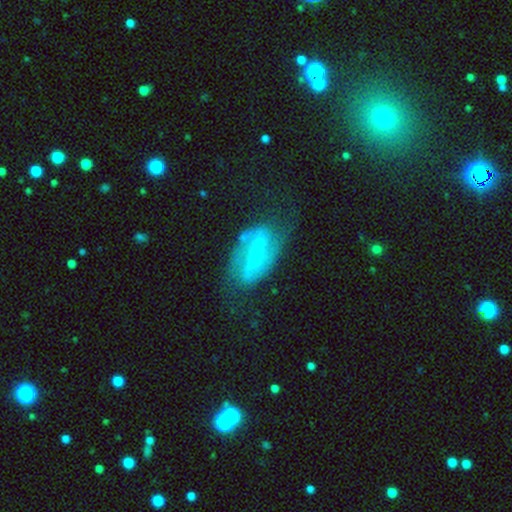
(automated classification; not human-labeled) Smooth or featured? featured or disk (75%)
Edge-on disk? no (92%)
Bar? strong (51%)
Spiral arms? yes (80%)
Spiral winding? medium (43%)
Spiral arm count? 2 (84%)
Bulge size? small (59%)
Merging? none (54%)